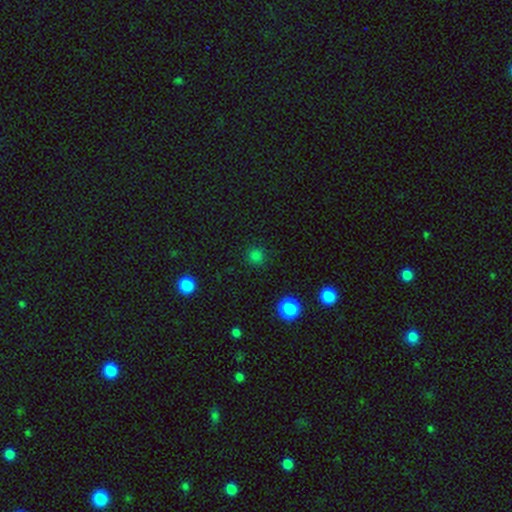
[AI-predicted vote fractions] Smooth or featured?
  - smooth: 79% *
  - star or artifact: 18%
  - featured or disk: 3%
How rounded?
  - round: 92% *
  - in between: 7%
  - cigar-shaped: 1%
Merging?
  - none: 89% *
  - minor disturbance: 7%
  - major disturbance: 3%
  - merger: 2%